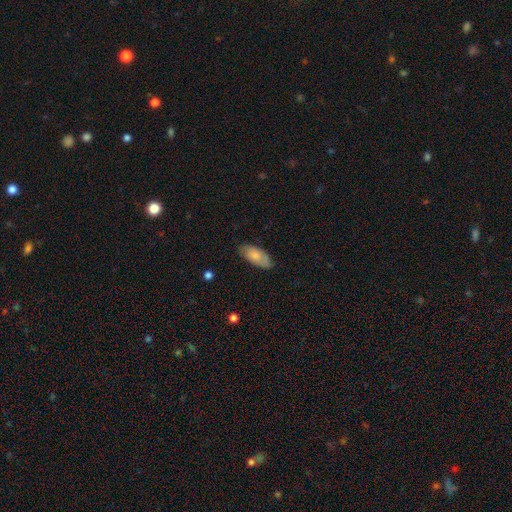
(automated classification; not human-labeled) This is likely a smooth galaxy (71%). How rounded: clearly in between (90%). Merging: likely none (77%).